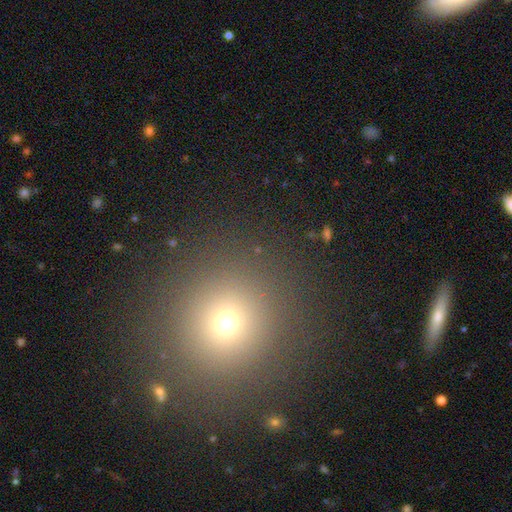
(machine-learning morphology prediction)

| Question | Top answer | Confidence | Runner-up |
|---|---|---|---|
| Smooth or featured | smooth | 63% | star or artifact (29%) |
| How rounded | round | 92% | in between (6%) |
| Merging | none | 90% | minor disturbance (5%) |